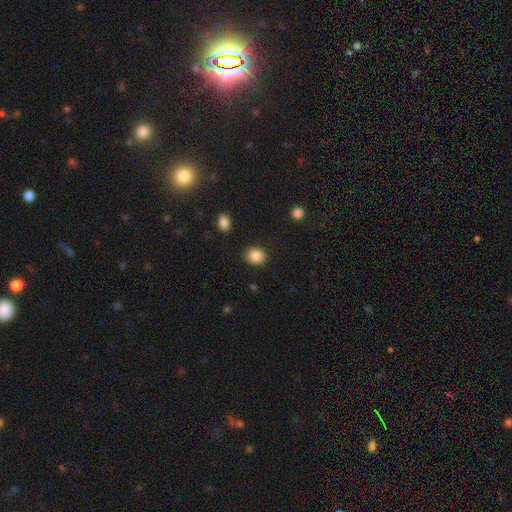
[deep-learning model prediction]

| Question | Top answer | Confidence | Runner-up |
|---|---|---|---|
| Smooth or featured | smooth | 86% | star or artifact (9%) |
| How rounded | round | 62% | in between (38%) |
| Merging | none | 89% | minor disturbance (8%) |